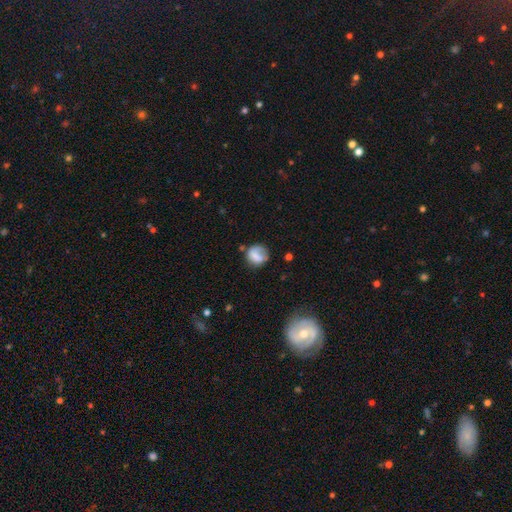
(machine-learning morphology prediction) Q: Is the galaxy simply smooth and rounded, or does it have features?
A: smooth — 70%.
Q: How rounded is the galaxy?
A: round — 75%.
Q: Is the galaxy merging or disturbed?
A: none — 53%.